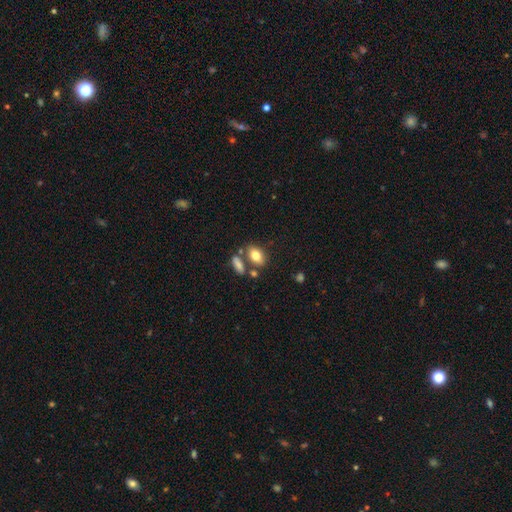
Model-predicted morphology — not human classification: smooth 80%, featured or disk 12%, star or artifact 8%. Down the decision tree: how rounded — in between (84%); merging — none (63%).